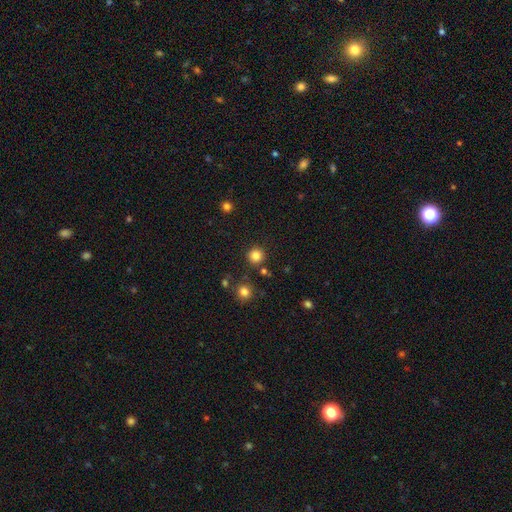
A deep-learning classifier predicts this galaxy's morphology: Smooth or featured?
  - smooth: 84% *
  - star or artifact: 12%
  - featured or disk: 4%
How rounded?
  - round: 94% *
  - in between: 5%
  - cigar-shaped: 1%
Merging?
  - none: 88% *
  - minor disturbance: 6%
  - merger: 4%
  - major disturbance: 2%